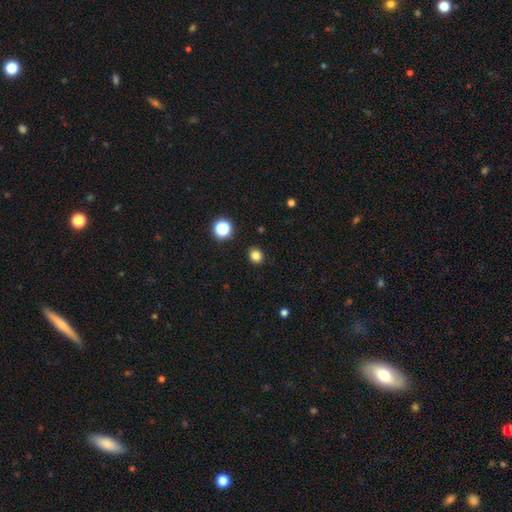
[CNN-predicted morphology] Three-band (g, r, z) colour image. It shows a smooth galaxy with no disk features (82%) that is round (67%). Merging: none (89%).